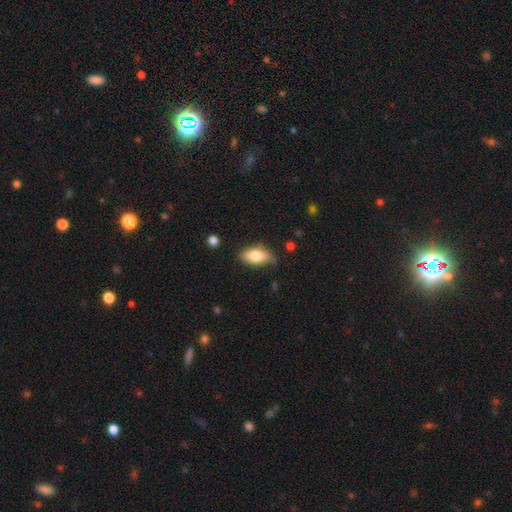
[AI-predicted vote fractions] smooth 77%, featured or disk 16%, star or artifact 7%. Down the decision tree: how rounded — in between (88%); merging — none (73%).